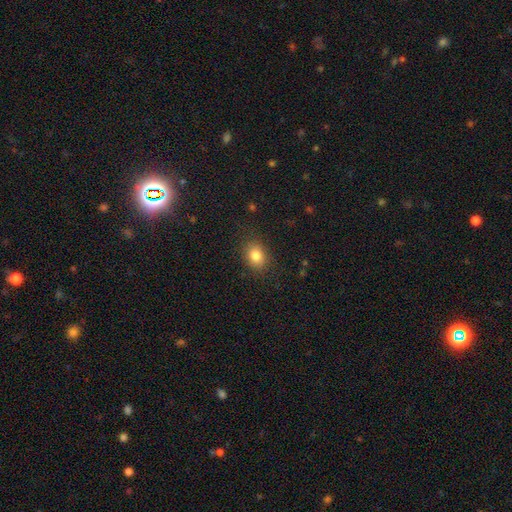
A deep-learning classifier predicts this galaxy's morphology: A smooth galaxy with no disk features (83%) that is in between round and cigar-shaped (54%). Merging: none (85%).